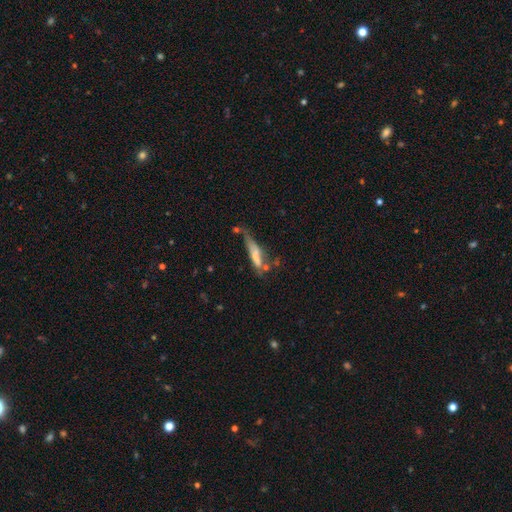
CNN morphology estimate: smooth-or-featured: smooth: 56% | featured or disk: 34% | star or artifact: 10%
  how-rounded: cigar-shaped: 73% | in between: 25% | round: 2%
  merging: none: 28% (tied) | major disturbance: 28% (tied) | minor disturbance: 27% | merger: 17%